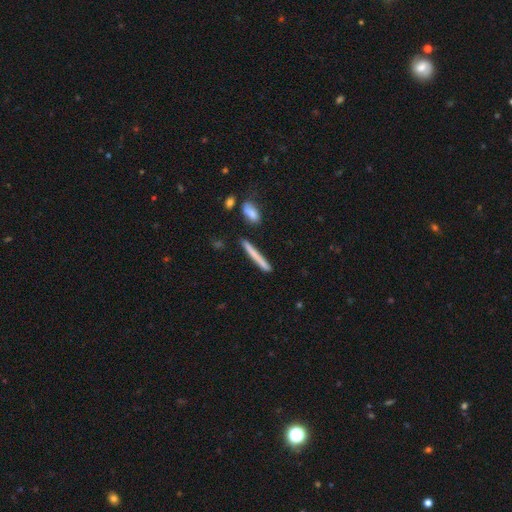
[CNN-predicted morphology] Smooth or featured?
  - smooth: 65% *
  - featured or disk: 29%
  - star or artifact: 6%
How rounded?
  - cigar-shaped: 96% *
  - in between: 3%
  - round: 2%
Merging?
  - none: 85% *
  - minor disturbance: 9%
  - merger: 3%
  - major disturbance: 2%